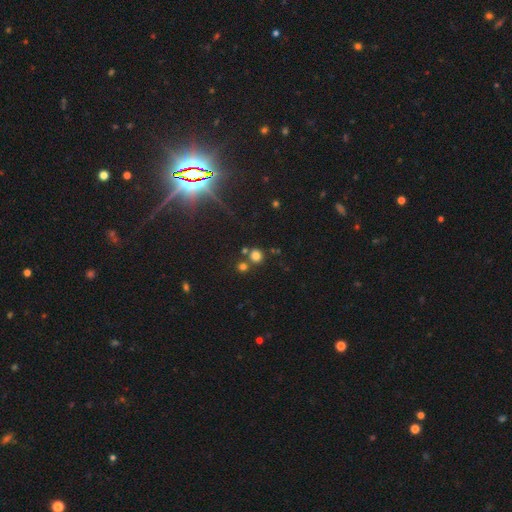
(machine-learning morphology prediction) Smooth or featured? Predicted: smooth (p=0.74). How rounded? Predicted: round (p=0.89). Merging? Predicted: none (p=0.68).